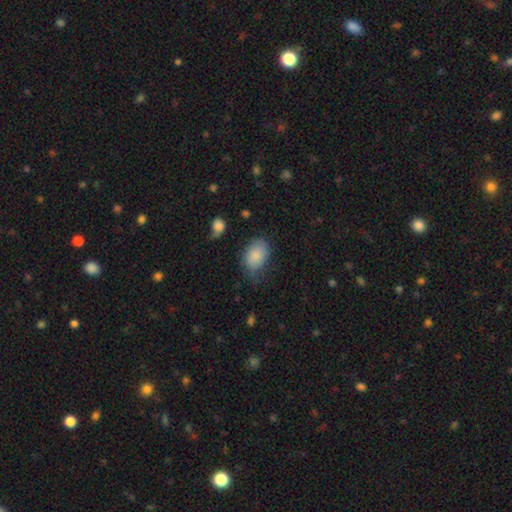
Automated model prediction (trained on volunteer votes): smooth_or_featured: smooth (p=0.83) [alt: featured or disk p=0.10]
how_rounded: in between (p=0.83) [alt: round p=0.16]
merging: none (p=0.56) [alt: minor disturbance p=0.31]